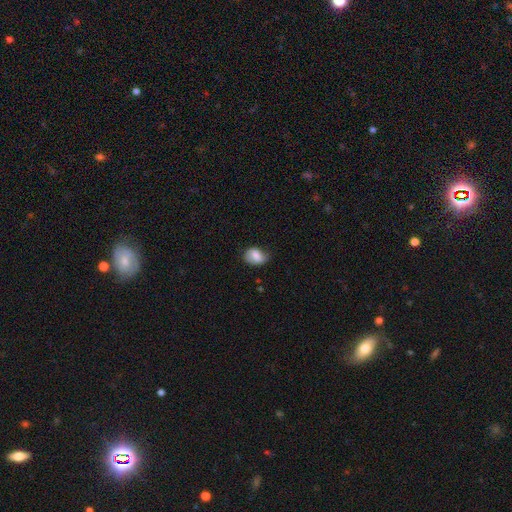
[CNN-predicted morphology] smooth_or_featured: smooth (p=0.73) [alt: featured or disk p=0.19]
how_rounded: in between (p=0.70) [alt: round p=0.28]
merging: none (p=0.53) [alt: minor disturbance p=0.35]